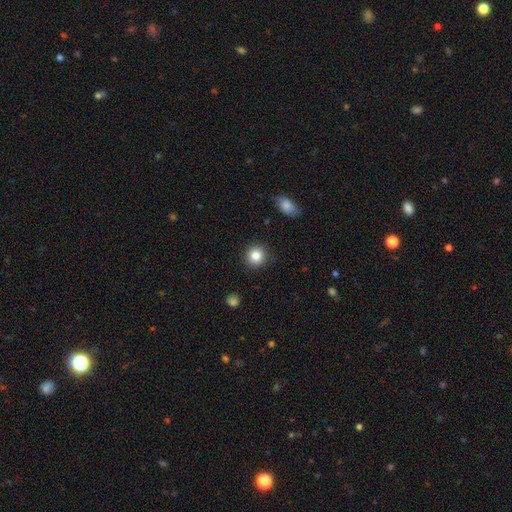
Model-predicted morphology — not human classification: Q: Smooth or featured?
A: smooth (85%); runner-up: star or artifact (10%)
Q: How rounded?
A: round (92%); runner-up: in between (7%)
Q: Merging?
A: none (90%); runner-up: minor disturbance (7%)